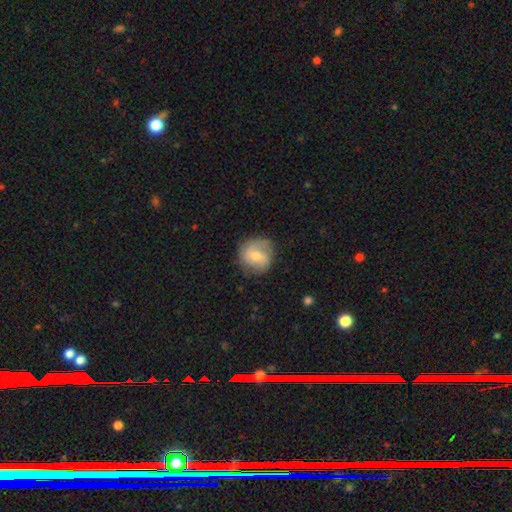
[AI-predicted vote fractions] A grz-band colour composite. It shows a smooth galaxy with no disk features (53%) that is round (86%). Merging: none (71%).